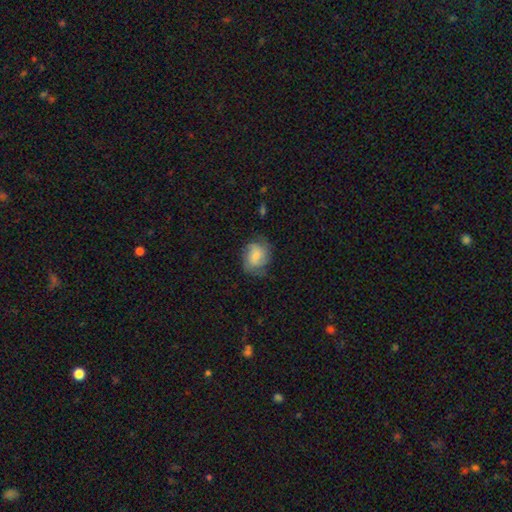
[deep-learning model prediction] smooth-or-featured: smooth: 49% | featured or disk: 43% | star or artifact: 8%
  merging: none: 61% | minor disturbance: 26% | major disturbance: 12% | merger: 1%